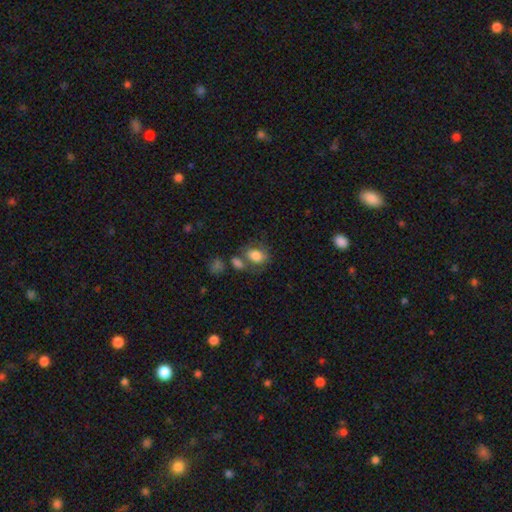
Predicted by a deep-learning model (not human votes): Smooth or featured? Predicted: smooth (p=0.77). How rounded? Predicted: in between (p=0.73). Merging? Predicted: none (p=0.48).